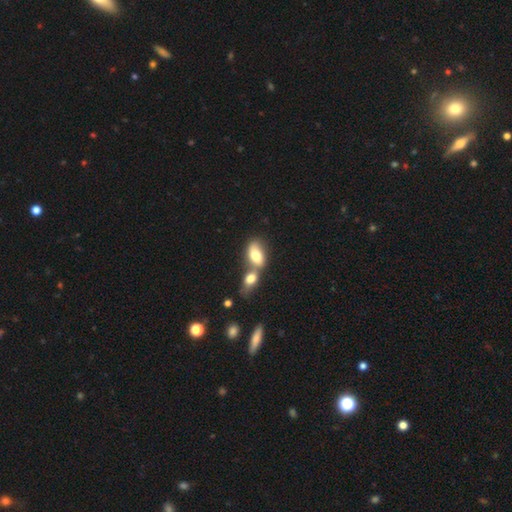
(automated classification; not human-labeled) Smooth or featured? Predicted: smooth (p=0.73). How rounded? Predicted: in between (p=0.87). Merging? Predicted: merger (p=0.64).